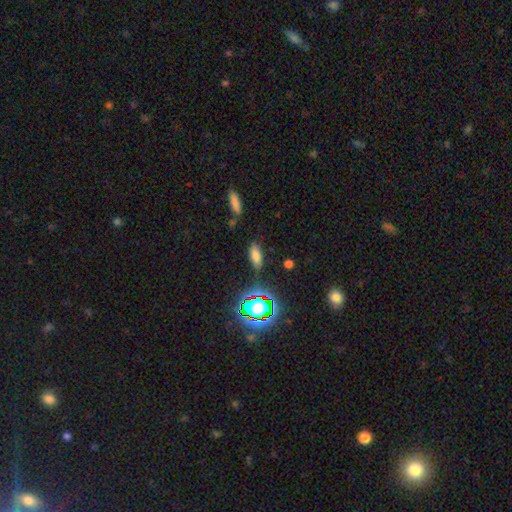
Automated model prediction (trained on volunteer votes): smooth-or-featured: smooth: 72% | star or artifact: 18% | featured or disk: 10%
  how-rounded: in between: 75% | cigar-shaped: 20% | round: 4%
  merging: none: 79% | minor disturbance: 14% | major disturbance: 4% | merger: 3%